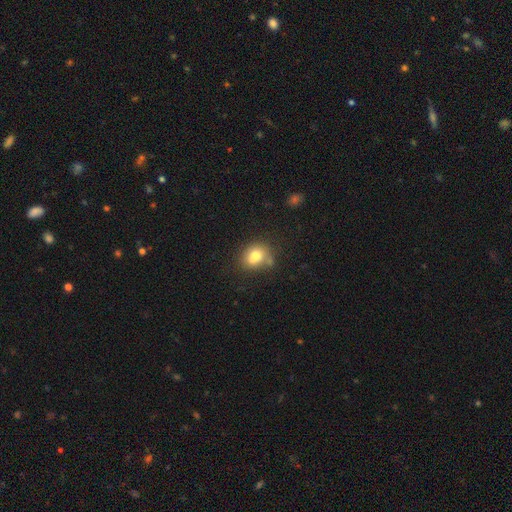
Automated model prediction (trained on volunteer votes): Morphology: type=smooth (72%); roundness=round (63%); merging=none (49%).